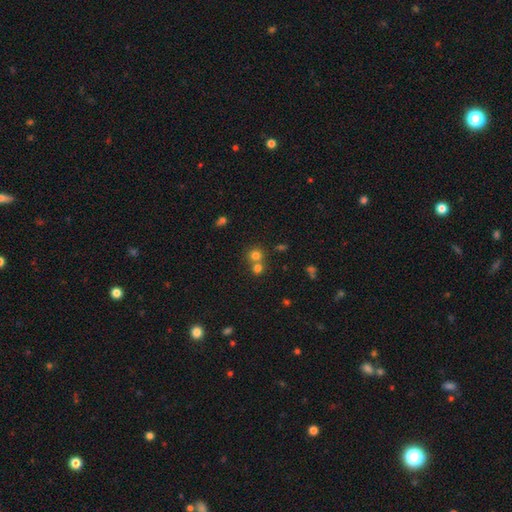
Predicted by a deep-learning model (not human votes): The model was most divided on "merging": none: 49%, merger: 43%, minor disturbance: 6%, major disturbance: 2%. More confident: how rounded — round (86%); smooth or featured — smooth (73%).